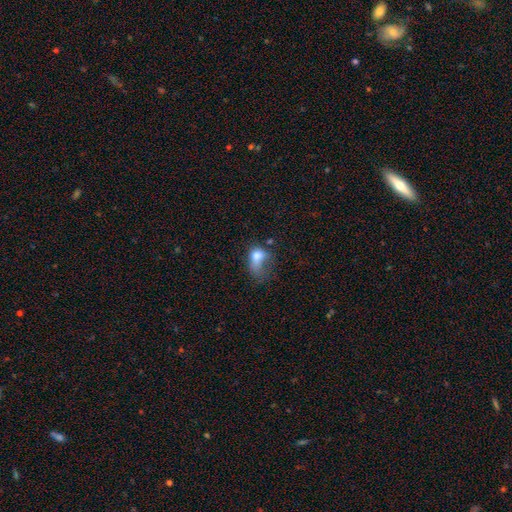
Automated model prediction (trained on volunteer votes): Q: Smooth or featured?
A: smooth (69%); runner-up: featured or disk (20%)
Q: How rounded?
A: in between (71%); runner-up: round (27%)
Q: Merging?
A: major disturbance (56%); runner-up: minor disturbance (19%)